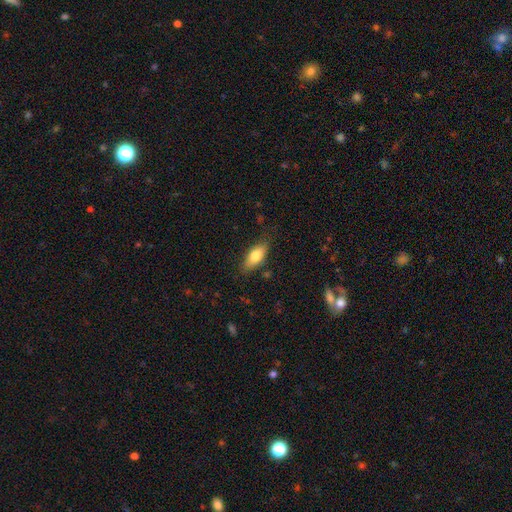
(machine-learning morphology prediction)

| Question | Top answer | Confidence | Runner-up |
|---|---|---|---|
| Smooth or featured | smooth | 74% | featured or disk (20%) |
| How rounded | in between | 78% | cigar-shaped (19%) |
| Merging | none | 79% | minor disturbance (16%) |